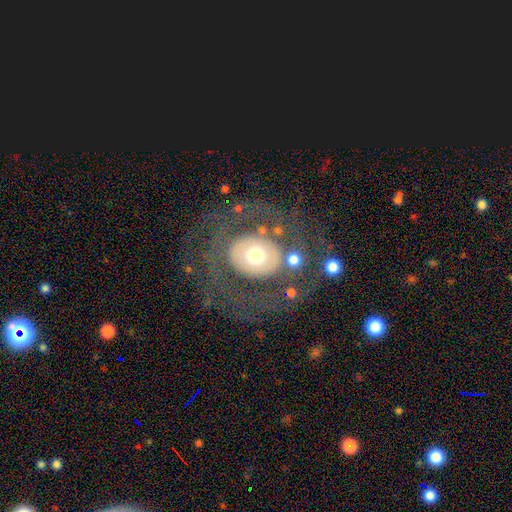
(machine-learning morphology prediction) Smooth or featured?
  - featured or disk: 46% * (tied)
  - smooth: 46% * (tied)
  - star or artifact: 8%
Merging?
  - none: 69% *
  - major disturbance: 14%
  - minor disturbance: 12%
  - merger: 5%